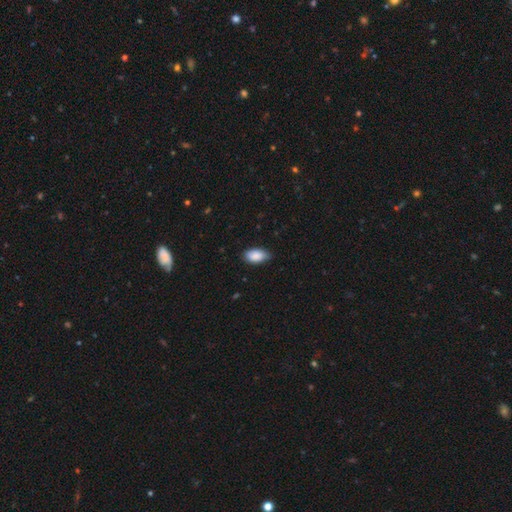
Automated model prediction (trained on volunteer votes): This appears to be a smooth galaxy with no disk features (88%) that is in between round and cigar-shaped (93%). Merging: none (71%).